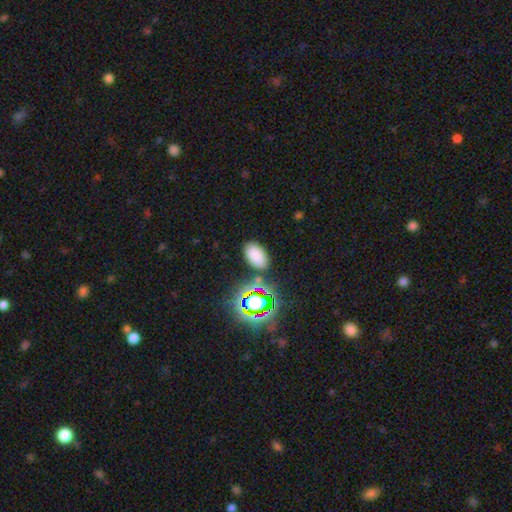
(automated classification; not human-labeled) smooth_or_featured: smooth (p=0.76) [alt: star or artifact p=0.18]
how_rounded: in between (p=0.91) [alt: round p=0.07]
merging: none (p=0.80) [alt: minor disturbance p=0.12]